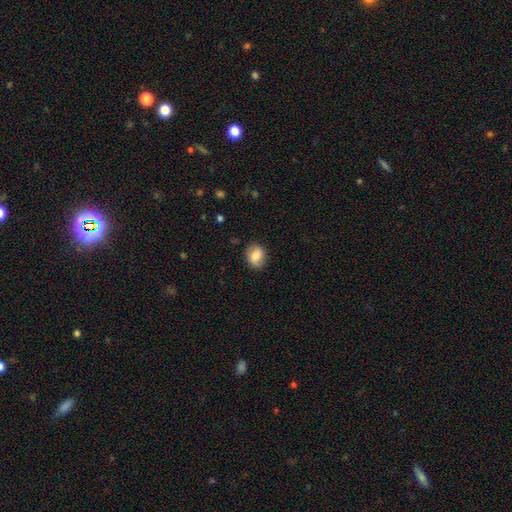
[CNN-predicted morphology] This is likely a smooth galaxy (76%). How rounded: possibly round (55%). Merging: clearly none (82%).